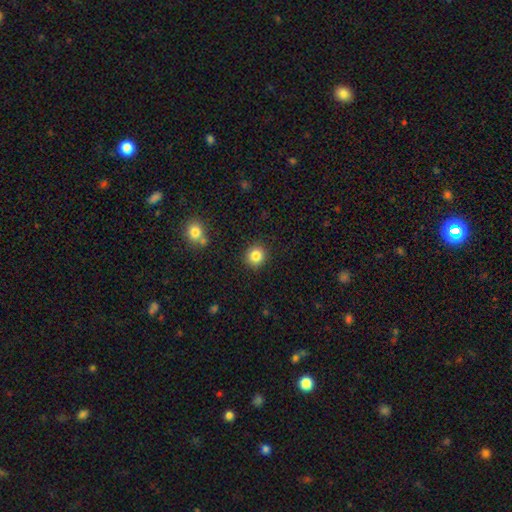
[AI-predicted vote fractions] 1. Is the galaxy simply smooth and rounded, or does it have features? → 84% smooth, 10% star or artifact, 6% featured or disk.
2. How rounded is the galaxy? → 90% round, 9% in between, 1% cigar-shaped.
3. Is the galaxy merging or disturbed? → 90% none, 6% minor disturbance, 2% major disturbance, 2% merger.